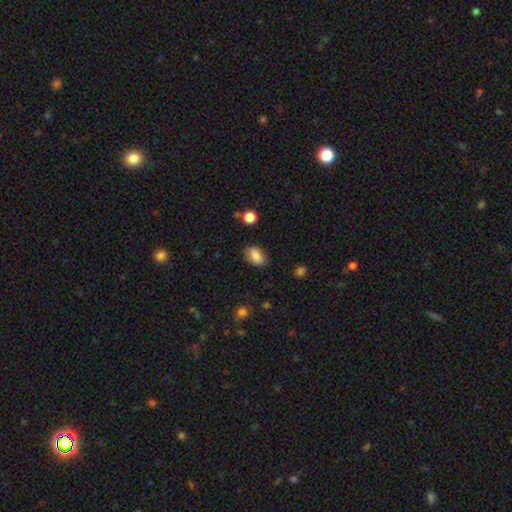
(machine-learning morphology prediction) Smooth or featured?
  - smooth: 86% *
  - star or artifact: 8%
  - featured or disk: 6%
How rounded?
  - in between: 88% *
  - round: 10%
  - cigar-shaped: 2%
Merging?
  - none: 80% *
  - minor disturbance: 15%
  - major disturbance: 4%
  - merger: 2%